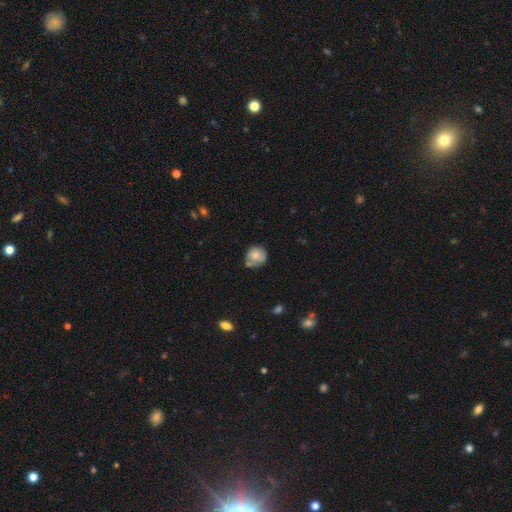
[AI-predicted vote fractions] A smooth galaxy with no disk features (68%) that is round (80%). Merging: none (52%).